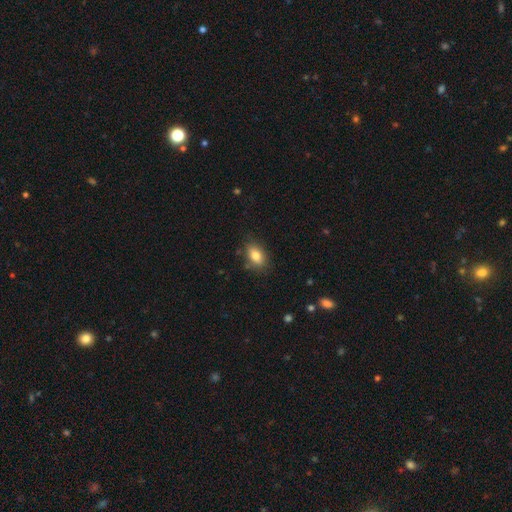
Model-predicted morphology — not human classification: This is clearly a smooth galaxy (82%). How rounded: clearly in between (86%). Merging: clearly none (82%).